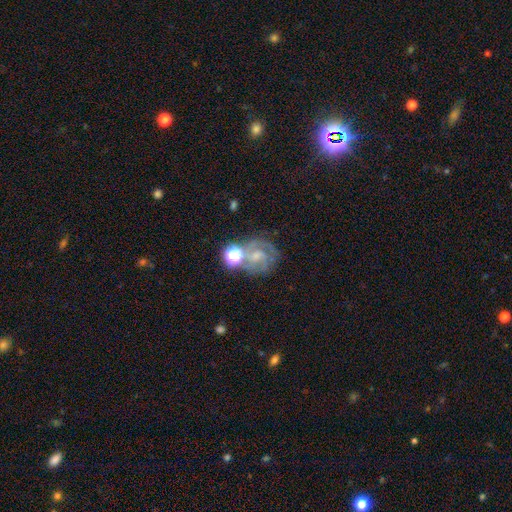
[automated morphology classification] smooth-or-featured: featured or disk: 68% | smooth: 16% | star or artifact: 16%
  disk-edge-on: no: 98% | yes: 2%
    bar: no: 52% | weak: 38% | strong: 10%
    has-spiral-arms: yes: 91% | no: 9%
      spiral-winding: tight: 54% | medium: 37% | loose: 9%
      spiral-arm-count: 2: 44% | can't tell: 23% | 3: 20% | 1: 6% | 4: 5% | more than 4: 4%
    bulge-size: small: 51% | moderate: 34% | none: 9% | large: 4% | dominant: 2%
  merging: none: 59% | minor disturbance: 16% | merger: 15% | major disturbance: 10%